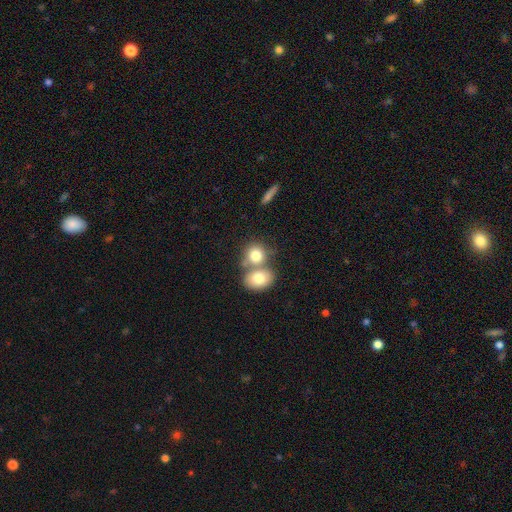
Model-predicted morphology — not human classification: Smooth or featured? Predicted: smooth (p=0.77). How rounded? Predicted: round (p=0.64). Merging? Predicted: merger (p=0.55).